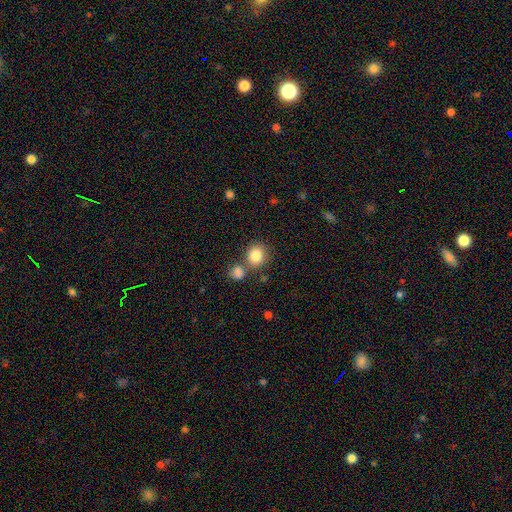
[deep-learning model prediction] smooth-or-featured: smooth: 84% | star or artifact: 9% | featured or disk: 6%
  how-rounded: round: 81% | in between: 18% | cigar-shaped: 1%
  merging: none: 64% | merger: 23% | minor disturbance: 10% | major disturbance: 3%